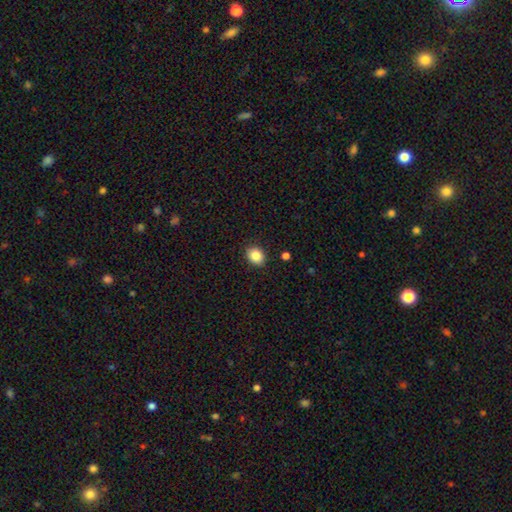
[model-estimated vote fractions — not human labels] This appears to be a smooth galaxy with no disk features (86%) that is in between round and cigar-shaped (52%). Merging: none (88%).